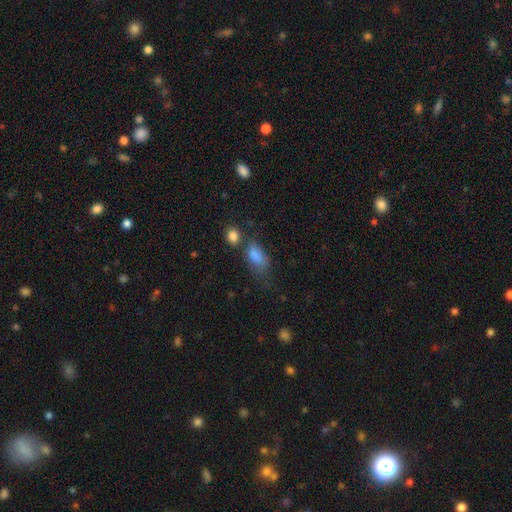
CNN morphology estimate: Q: Smooth or featured?
A: smooth (80%); runner-up: star or artifact (11%)
Q: How rounded?
A: in between (85%); runner-up: round (9%)
Q: Merging?
A: none (37%); runner-up: minor disturbance (27%)